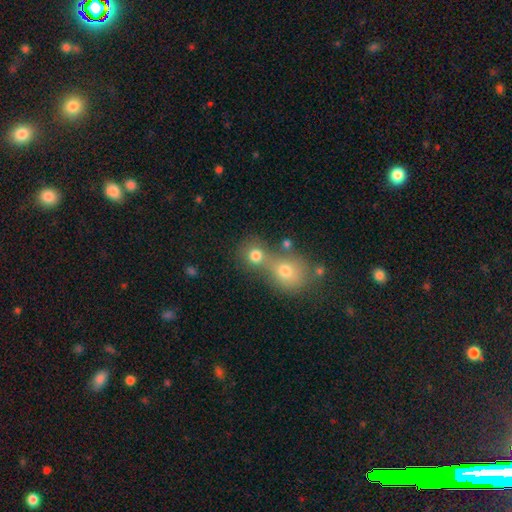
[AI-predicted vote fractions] The model was most divided on "merging": merger: 50%, none: 39%, minor disturbance: 7%, major disturbance: 4%. More confident: how rounded — round (81%); smooth or featured — smooth (76%).